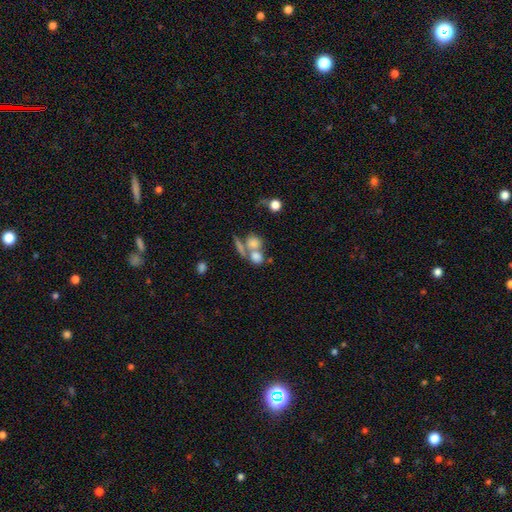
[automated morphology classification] Q: Smooth or featured?
A: smooth (72%); runner-up: featured or disk (16%)
Q: How rounded?
A: round (60%); runner-up: in between (36%)
Q: Merging?
A: merger (53%); runner-up: none (32%)